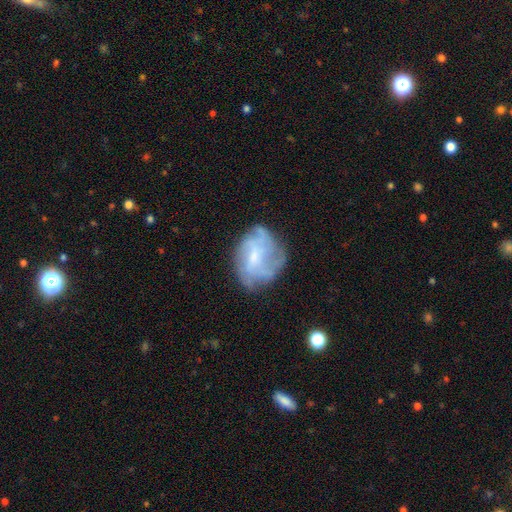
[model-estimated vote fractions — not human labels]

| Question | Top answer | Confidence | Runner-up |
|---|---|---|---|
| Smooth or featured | featured or disk | 67% | smooth (24%) |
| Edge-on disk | no | 97% | yes (3%) |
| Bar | no | 47% | weak (45%) |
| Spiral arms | yes | 76% | no (24%) |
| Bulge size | small | 50% | moderate (30%) |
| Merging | none | 62% | minor disturbance (23%) |